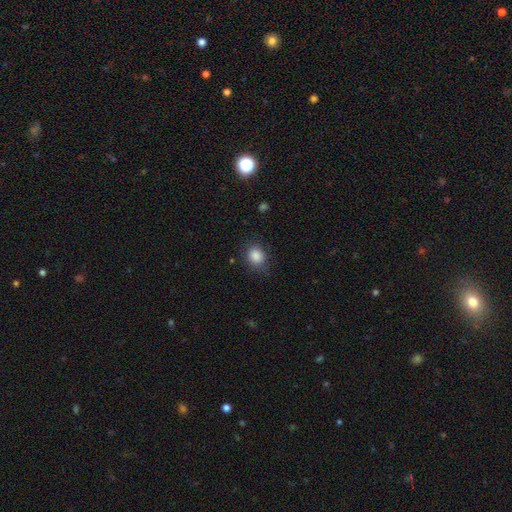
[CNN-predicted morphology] Smooth or featured? smooth (86%)
How rounded? round (50%)
Merging? none (80%)